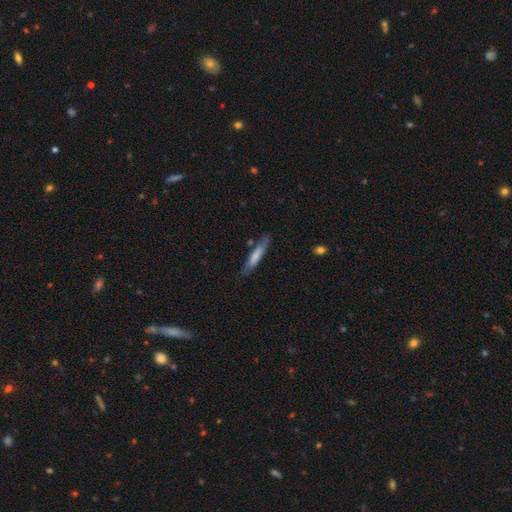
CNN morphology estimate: A smooth galaxy with no disk features (69%) that is cigar-shaped (89%). Merging: none (77%).